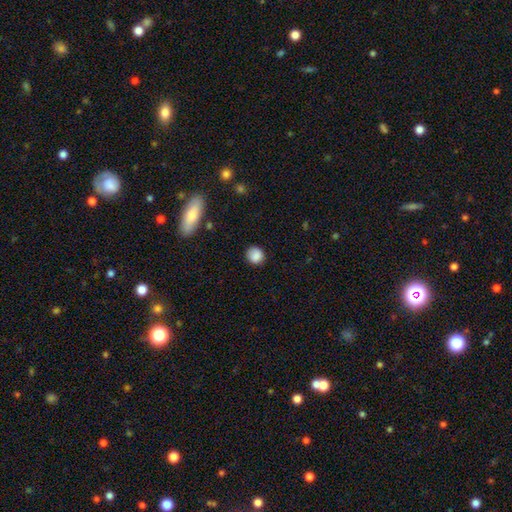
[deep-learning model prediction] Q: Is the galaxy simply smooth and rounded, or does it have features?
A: smooth — 86%.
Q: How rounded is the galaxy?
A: round — 81%.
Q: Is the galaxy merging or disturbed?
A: none — 81%.